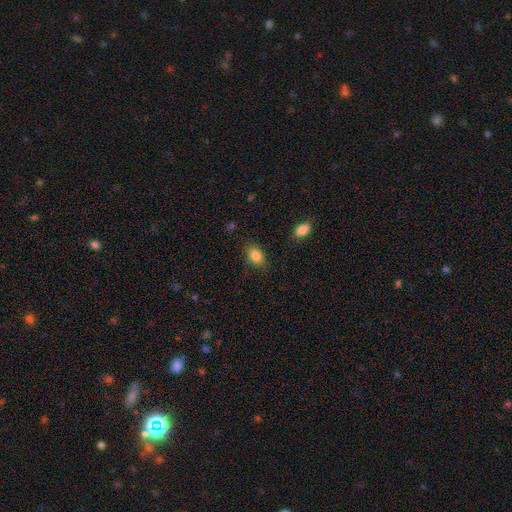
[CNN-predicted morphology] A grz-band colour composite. It shows a smooth galaxy with no disk features (84%) that is in between round and cigar-shaped (77%). Merging: none (80%).